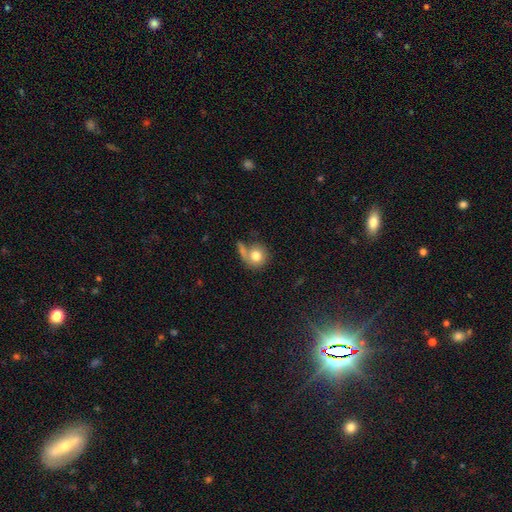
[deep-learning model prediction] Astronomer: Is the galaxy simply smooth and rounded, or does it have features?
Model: smooth — 77%.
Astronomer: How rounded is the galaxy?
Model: round — 85%.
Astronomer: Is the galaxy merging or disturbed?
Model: none — 46% (runner-up: merger, 24%).